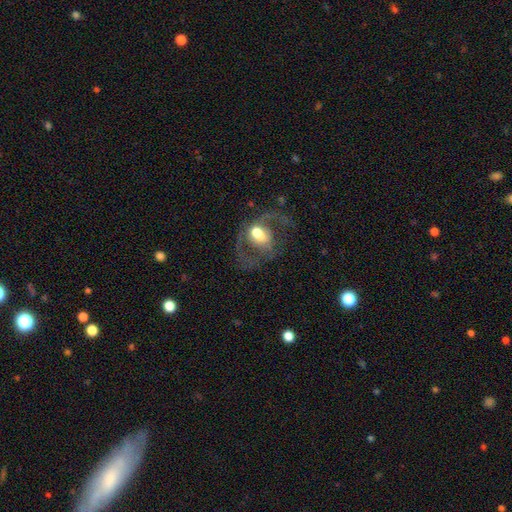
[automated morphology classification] type=featured or disk (69%); edge-on=no (95%); bar=no (46%); spiral arms=yes (69%); bulge=moderate (56%); merging=none (65%).